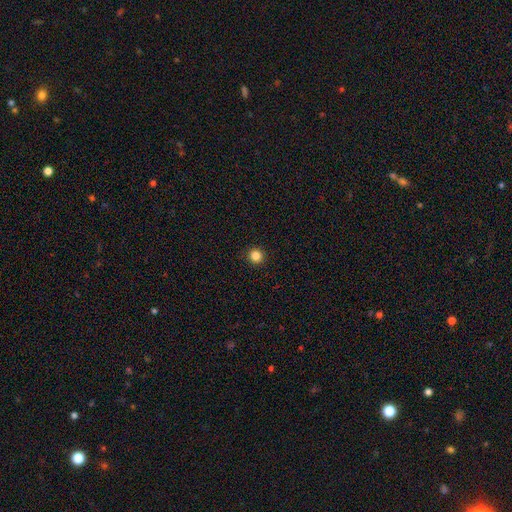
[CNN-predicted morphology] Overall: smooth (84%). How rounded: round (96%). Merging: none (94%).